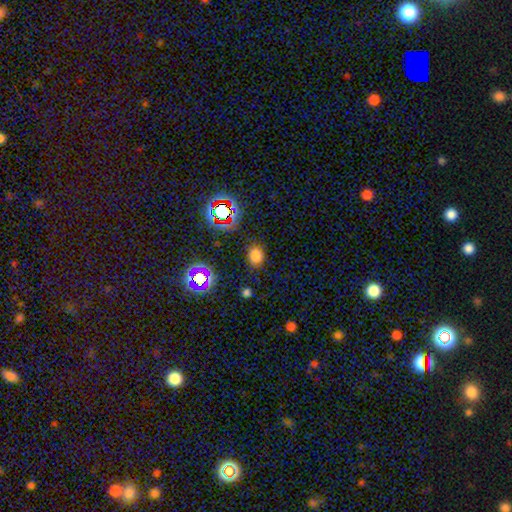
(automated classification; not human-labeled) Smooth or featured? smooth (74%)
How rounded? round (59%)
Merging? none (82%)